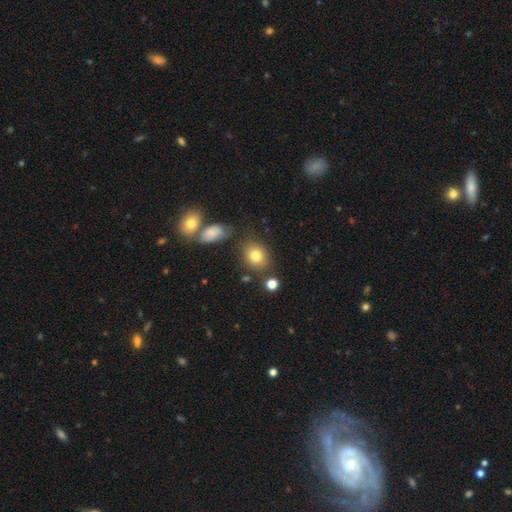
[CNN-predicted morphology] This appears to be a smooth galaxy with no disk features (80%) that is in between round and cigar-shaped (50%). Merging: none (73%).